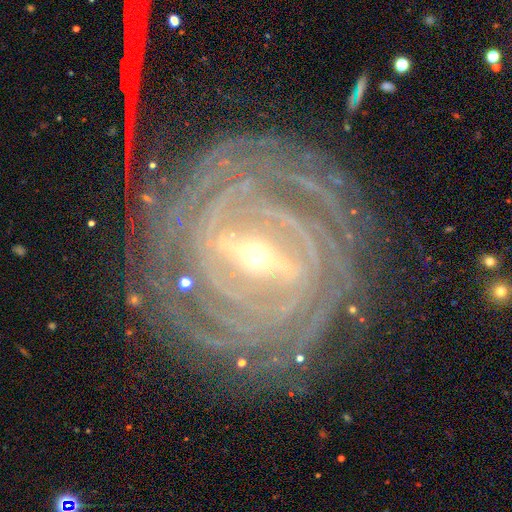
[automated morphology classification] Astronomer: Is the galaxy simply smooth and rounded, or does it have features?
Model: featured or disk — 90%.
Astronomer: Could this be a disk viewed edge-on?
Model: no — 95%.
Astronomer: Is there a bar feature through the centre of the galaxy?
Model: strong — 72%.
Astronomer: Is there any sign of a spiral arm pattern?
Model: yes — 96%.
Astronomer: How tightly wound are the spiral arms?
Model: tight — 87%.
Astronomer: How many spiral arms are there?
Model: more than 4 — 30% (runner-up: can't tell, 24%).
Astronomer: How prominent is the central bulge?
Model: small — 51% (runner-up: moderate, 45%).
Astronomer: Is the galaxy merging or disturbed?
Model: none — 77%.